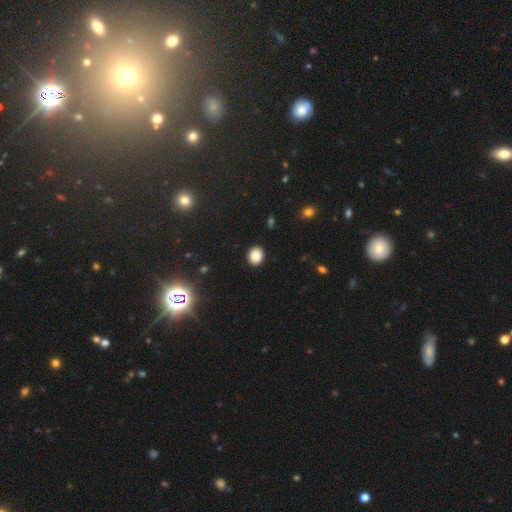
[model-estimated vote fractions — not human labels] Overall: smooth (85%). How rounded: round (65%; in between 34%). Merging: none (90%).